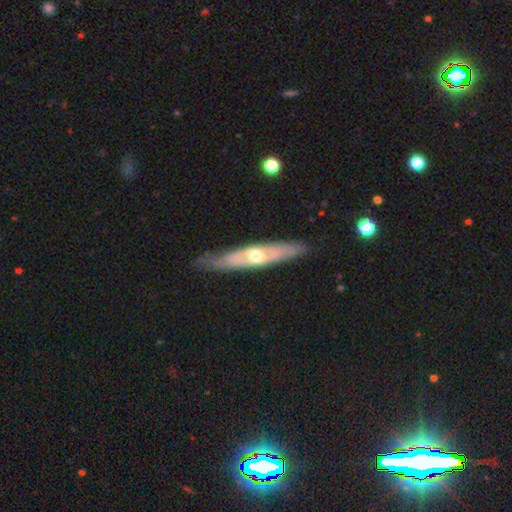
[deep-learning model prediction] Overall: featured or disk (70%). Edge-on disk: yes (54%; no 46%). Merging: none (77%).